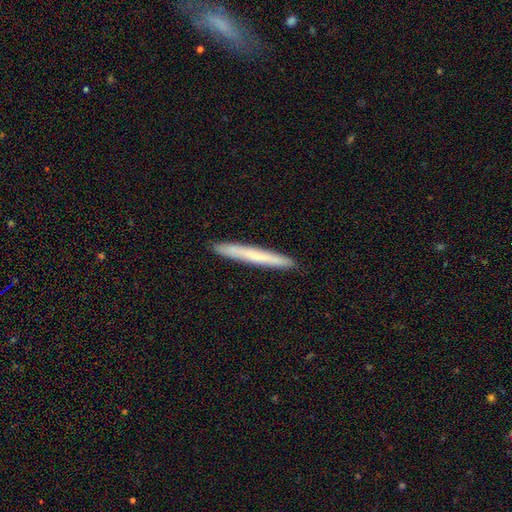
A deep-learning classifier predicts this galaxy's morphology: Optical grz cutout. It shows a smooth galaxy with no disk features (61%) that is cigar-shaped (97%). Merging: none (92%).